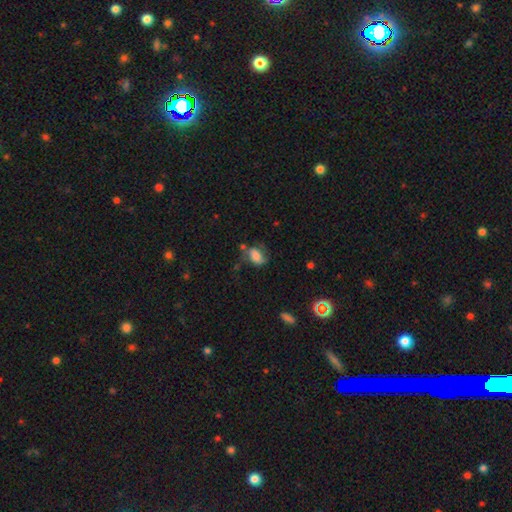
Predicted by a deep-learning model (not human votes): A smooth galaxy with no disk features (64%) that is in between round and cigar-shaped (83%). Merging: none (44%).